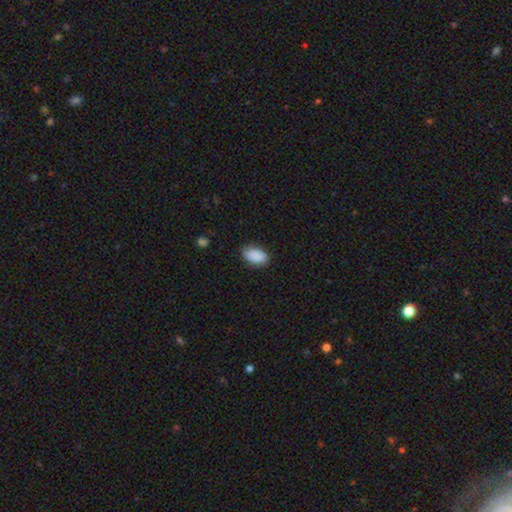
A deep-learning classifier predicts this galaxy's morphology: A smooth galaxy with no disk features (90%) that is in between round and cigar-shaped (93%).

Vote fractions:
- Smooth or featured? smooth: 90% / star or artifact: 6% / featured or disk: 4%
- How rounded? in between: 93% / round: 6% / cigar-shaped: 1%
- Merging? none: 81% / minor disturbance: 15% / major disturbance: 3% / merger: 1%